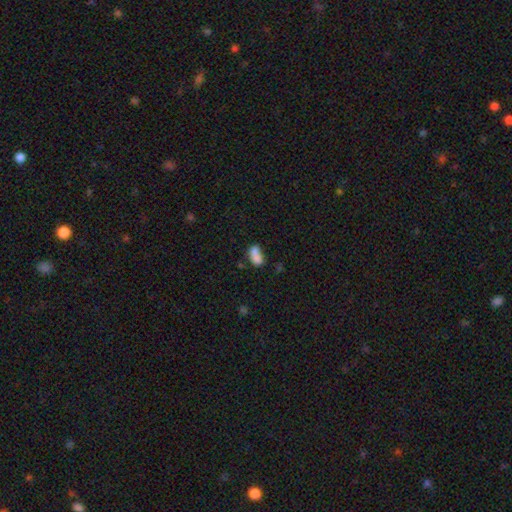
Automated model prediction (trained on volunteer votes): Q: Smooth or featured?
A: smooth (76%); runner-up: featured or disk (14%)
Q: How rounded?
A: in between (81%); runner-up: round (15%)
Q: Merging?
A: merger (50%); runner-up: none (27%)